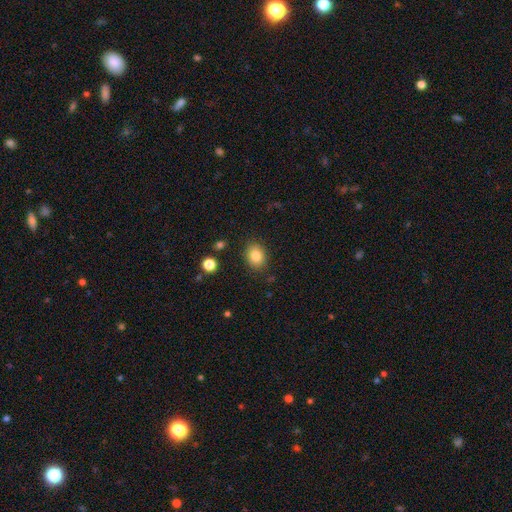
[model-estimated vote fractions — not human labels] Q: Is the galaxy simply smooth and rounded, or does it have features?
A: smooth — 83%.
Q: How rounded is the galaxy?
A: in between — 53%.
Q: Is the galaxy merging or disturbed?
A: none — 86%.